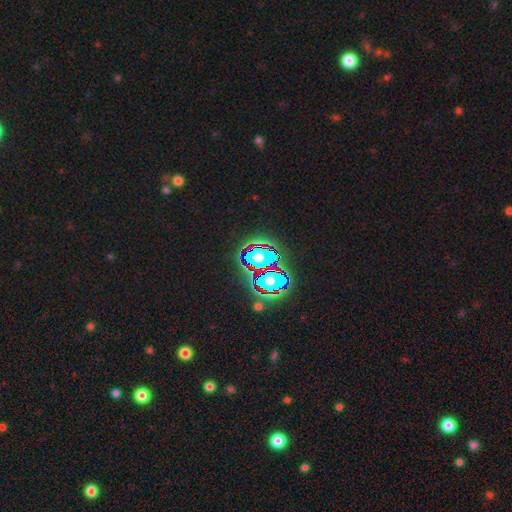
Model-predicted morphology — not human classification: This appears to be a star or artifact, not a galaxy (76%).